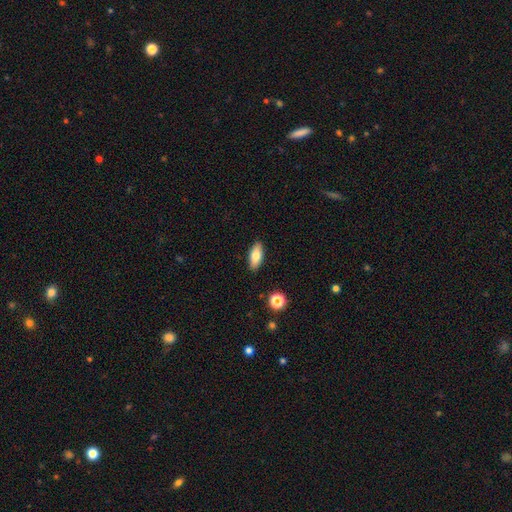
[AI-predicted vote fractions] This is likely a smooth galaxy (77%). How rounded: clearly in between (83%). Merging: clearly none (89%).